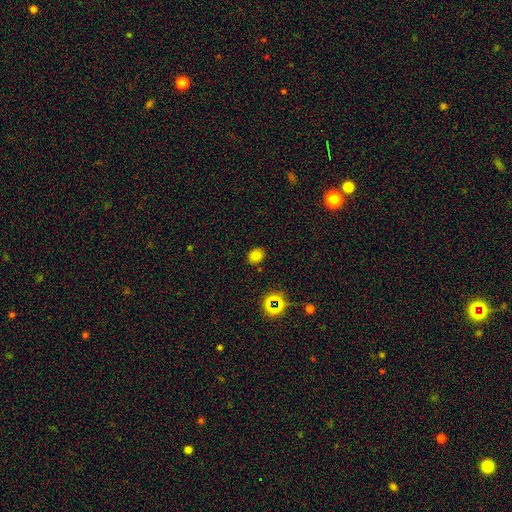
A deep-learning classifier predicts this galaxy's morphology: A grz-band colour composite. It shows a smooth galaxy with no disk features (74%) that is round (55%). Merging: none (84%).